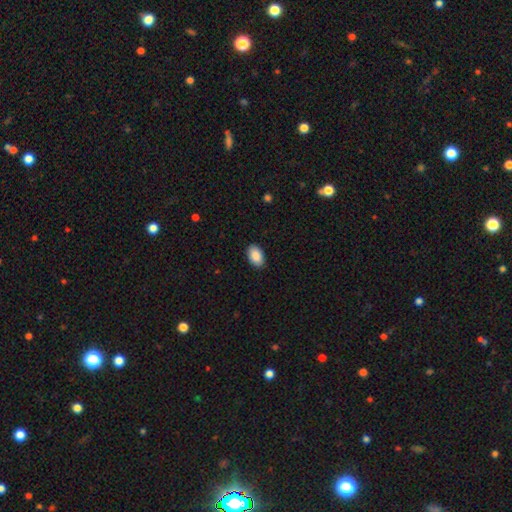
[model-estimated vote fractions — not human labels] Overall: smooth (90%). How rounded: in between (91%). Merging: none (88%).